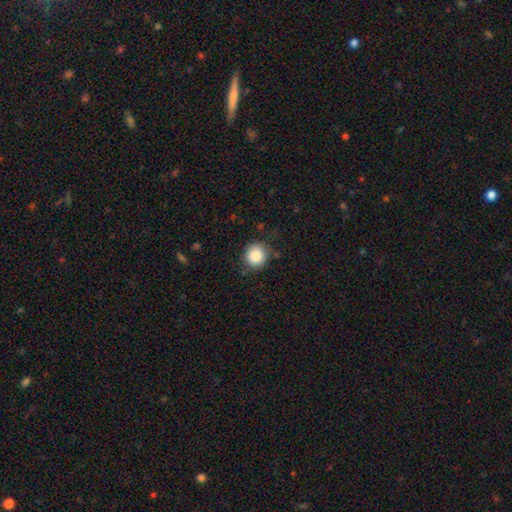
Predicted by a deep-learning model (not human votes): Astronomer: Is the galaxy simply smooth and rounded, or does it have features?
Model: smooth — 86%.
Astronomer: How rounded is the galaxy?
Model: round — 89%.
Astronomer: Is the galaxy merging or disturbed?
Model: none — 80%.